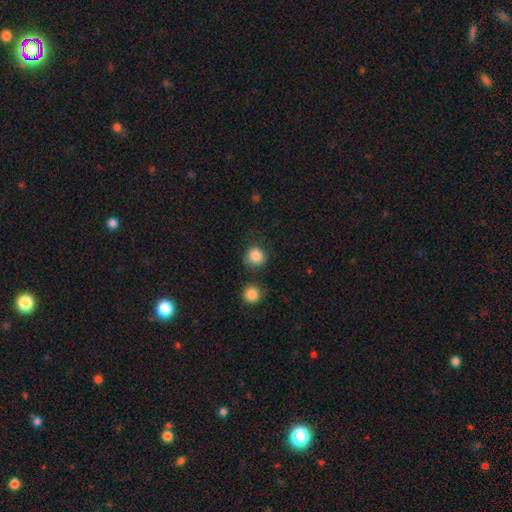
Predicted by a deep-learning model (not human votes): Smooth or featured?
  - smooth: 86% *
  - star or artifact: 10%
  - featured or disk: 5%
How rounded?
  - round: 88% *
  - in between: 11%
  - cigar-shaped: 1%
Merging?
  - none: 75% *
  - minor disturbance: 13%
  - merger: 7%
  - major disturbance: 5%